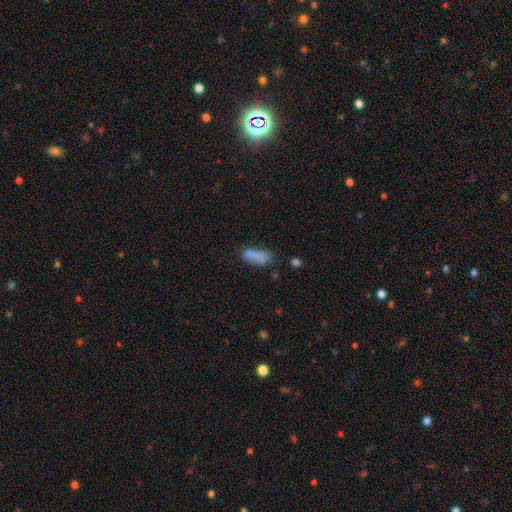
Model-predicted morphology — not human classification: Smooth or featured? smooth (80%)
How rounded? in between (71%)
Merging? none (54%)